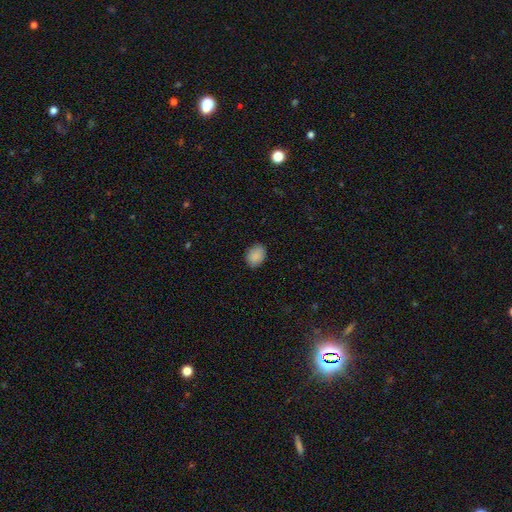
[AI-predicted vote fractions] This appears to be a smooth galaxy with no disk features (89%) that is in between round and cigar-shaped (69%). Merging: none (86%).